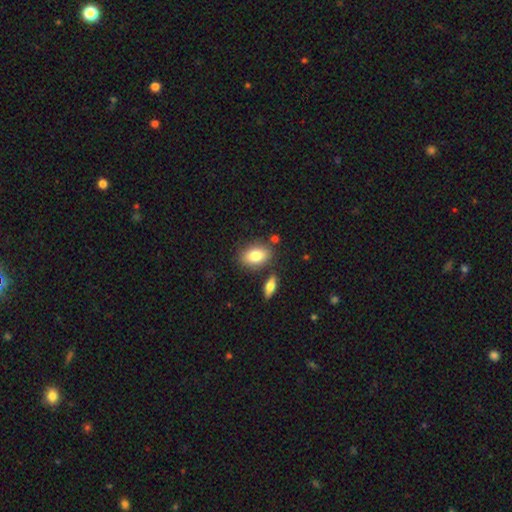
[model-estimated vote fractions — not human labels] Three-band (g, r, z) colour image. It shows a smooth galaxy with no disk features (82%) that is in between round and cigar-shaped (84%). Merging: none (76%).